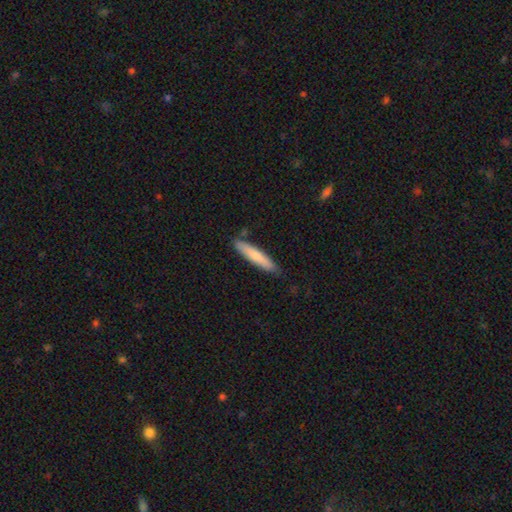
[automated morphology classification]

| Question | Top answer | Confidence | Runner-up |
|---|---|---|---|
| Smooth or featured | smooth | 75% | featured or disk (19%) |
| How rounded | cigar-shaped | 88% | in between (11%) |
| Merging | none | 83% | minor disturbance (13%) |